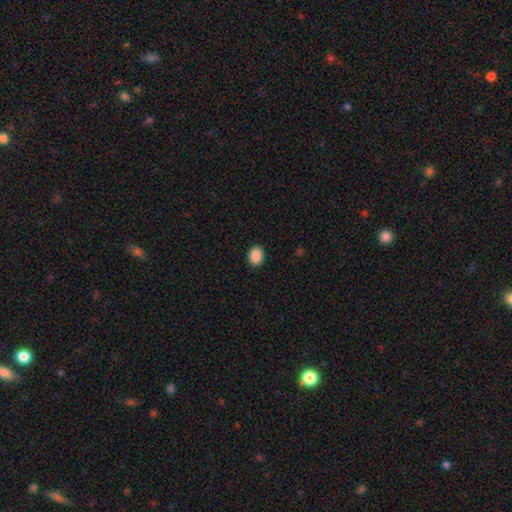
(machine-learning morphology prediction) Smooth or featured: smooth — 90% (star or artifact — 8%)
How rounded: in between — 57% (round — 42%)
Merging: none — 90% (minor disturbance — 7%)